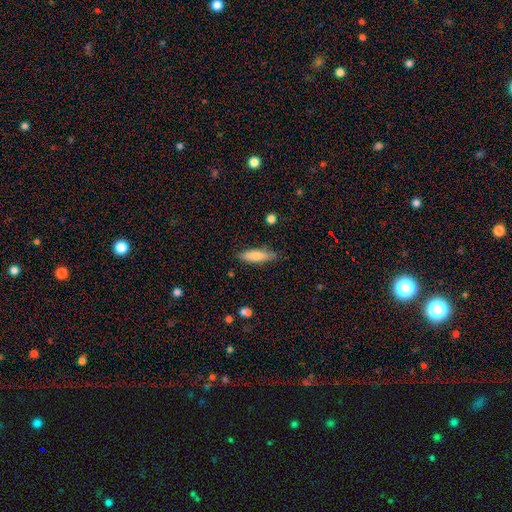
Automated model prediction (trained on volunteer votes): smooth 73%, featured or disk 21%, star or artifact 6%. Down the decision tree: how rounded — cigar-shaped (66%); merging — none (82%).